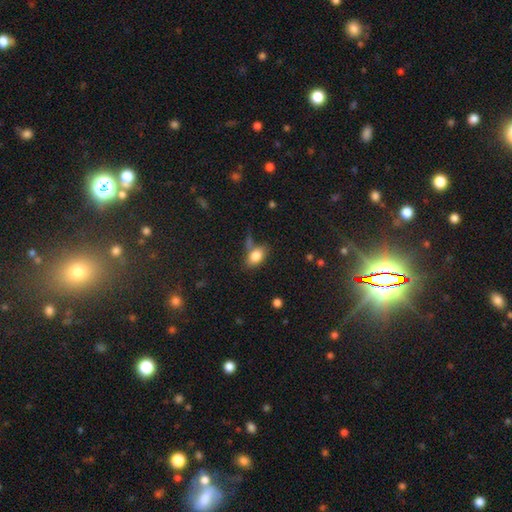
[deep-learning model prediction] The model was most divided on "merging": none: 60%, minor disturbance: 20%, merger: 13%, major disturbance: 8%. More confident: how rounded — in between (88%); smooth or featured — smooth (83%).